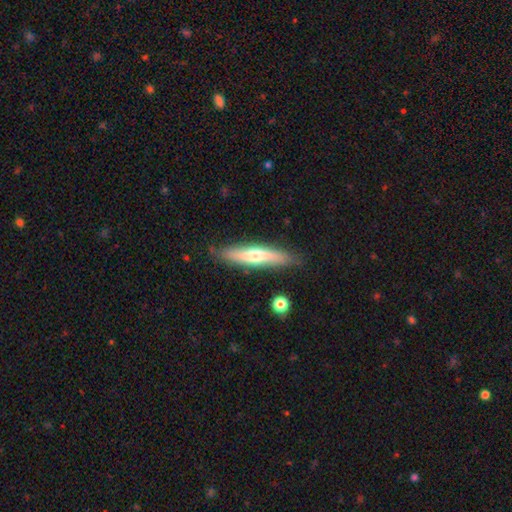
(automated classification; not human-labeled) Q: Smooth or featured?
A: smooth (53%); runner-up: featured or disk (42%)
Q: How rounded?
A: cigar-shaped (84%); runner-up: in between (14%)
Q: Merging?
A: none (83%); runner-up: minor disturbance (12%)